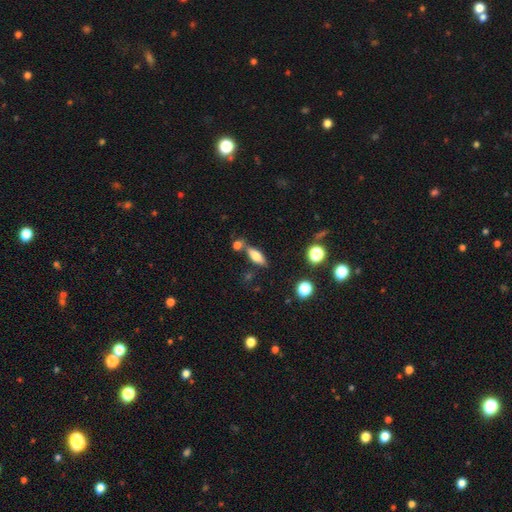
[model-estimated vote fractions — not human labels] This appears to be a smooth galaxy with no disk features (70%) that is in between round and cigar-shaped (69%). Merging: none (64%).